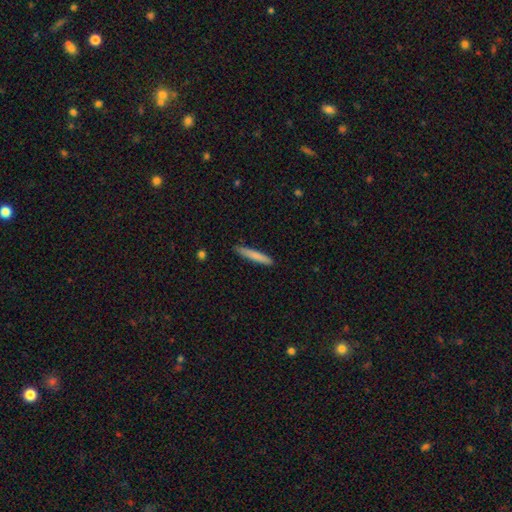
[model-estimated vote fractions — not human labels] Smooth or featured? smooth (80%)
How rounded? cigar-shaped (94%)
Merging? none (87%)